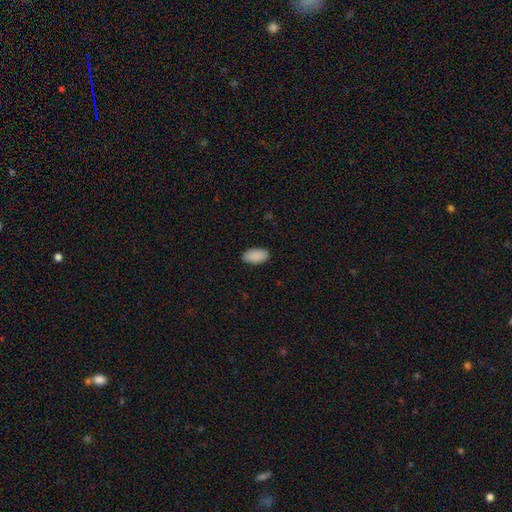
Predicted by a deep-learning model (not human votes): Morphology: type=smooth (90%); roundness=in between (95%); merging=none (88%).